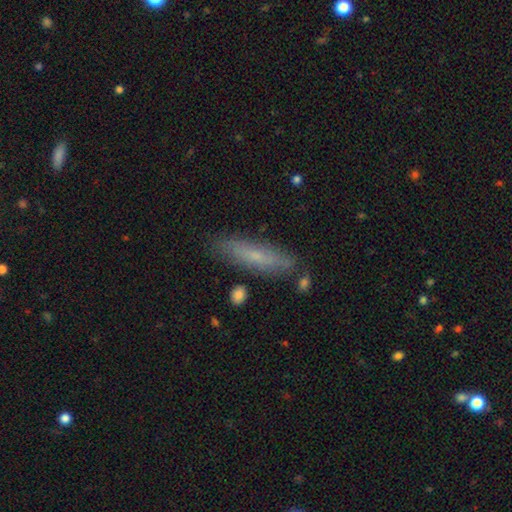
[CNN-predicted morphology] The model was most divided on "smooth or featured": smooth: 60%, featured or disk: 33%, star or artifact: 7%. More confident: merging — none (81%); how rounded — cigar-shaped (79%).